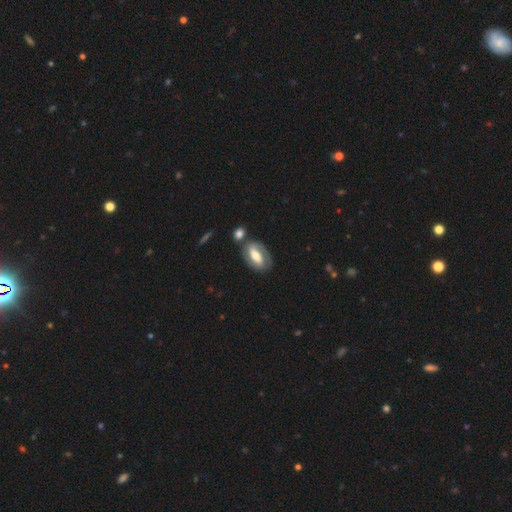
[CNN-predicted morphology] Smooth or featured? featured or disk (65%)
Edge-on disk? no (93%)
Bar? strong (42%)
Spiral arms? yes (77%)
Bulge size? moderate (61%)
Merging? none (62%)